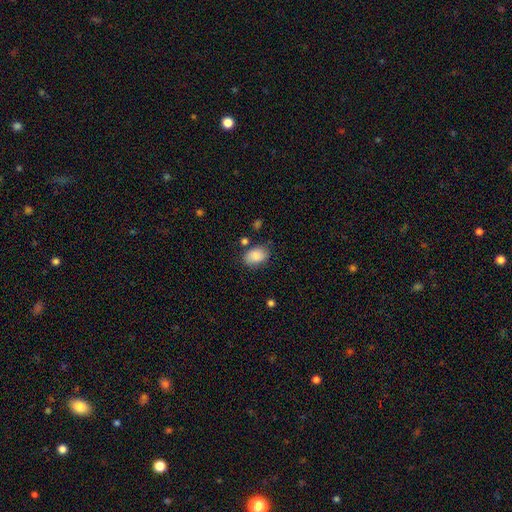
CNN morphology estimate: smooth-or-featured: smooth: 87% | star or artifact: 7% | featured or disk: 6%
  how-rounded: in between: 86% | round: 13% | cigar-shaped: 1%
  merging: none: 76% | minor disturbance: 16% | merger: 4% | major disturbance: 4%